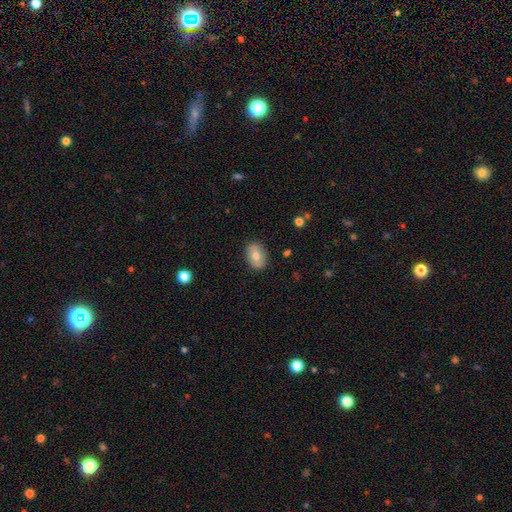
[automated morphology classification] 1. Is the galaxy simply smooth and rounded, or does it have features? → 69% smooth, 24% featured or disk, 8% star or artifact.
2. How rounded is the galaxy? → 75% in between, 24% round, 1% cigar-shaped.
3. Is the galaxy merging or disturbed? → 87% none, 9% minor disturbance, 2% major disturbance, 1% merger.